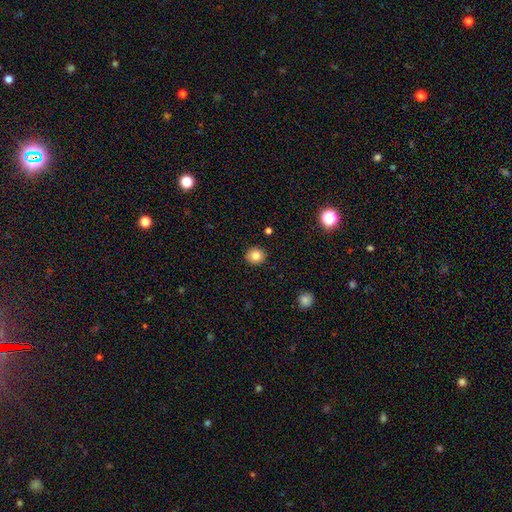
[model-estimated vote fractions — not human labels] This appears to be a smooth galaxy with no disk features (81%) that is round (83%). Merging: none (91%).